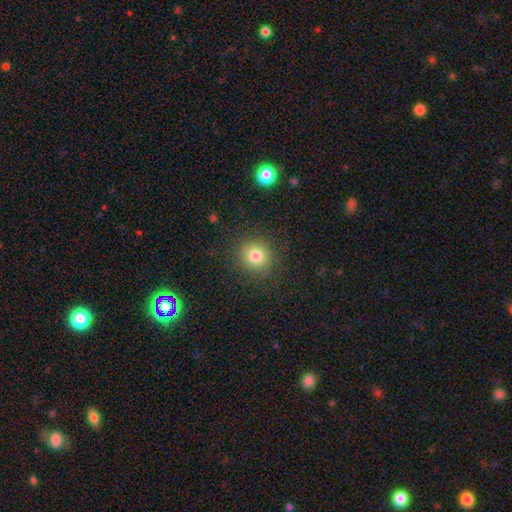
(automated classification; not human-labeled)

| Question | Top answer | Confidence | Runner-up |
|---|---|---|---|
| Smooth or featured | smooth | 79% | star or artifact (13%) |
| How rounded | round | 90% | in between (9%) |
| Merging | none | 88% | minor disturbance (8%) |